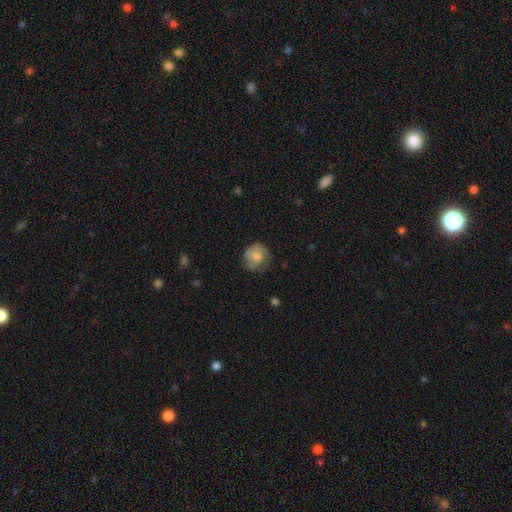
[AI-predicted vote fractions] Smooth or featured? smooth (61%)
How rounded? round (79%)
Merging? none (56%)